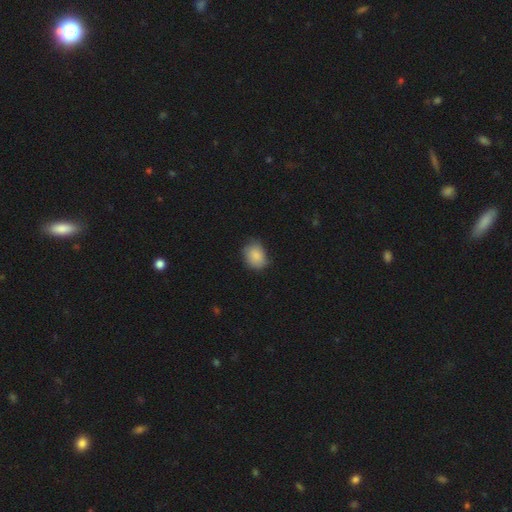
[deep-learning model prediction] Overall: smooth (84%). How rounded: in between (50%; round 49%). Merging: none (65%; minor disturbance 28%).